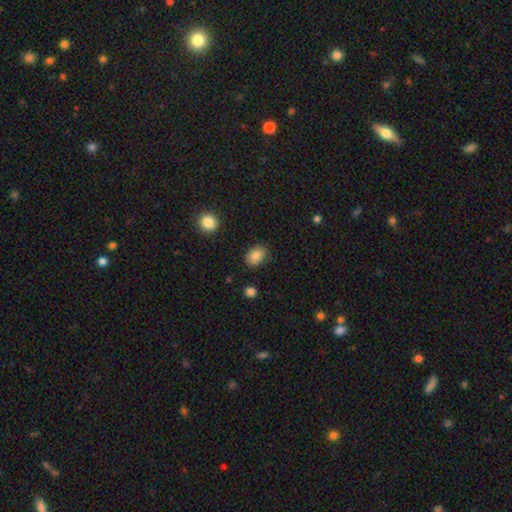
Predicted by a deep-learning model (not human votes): Smooth or featured: smooth — 83% (star or artifact — 9%)
How rounded: in between — 65% (round — 34%)
Merging: none — 84% (minor disturbance — 12%)